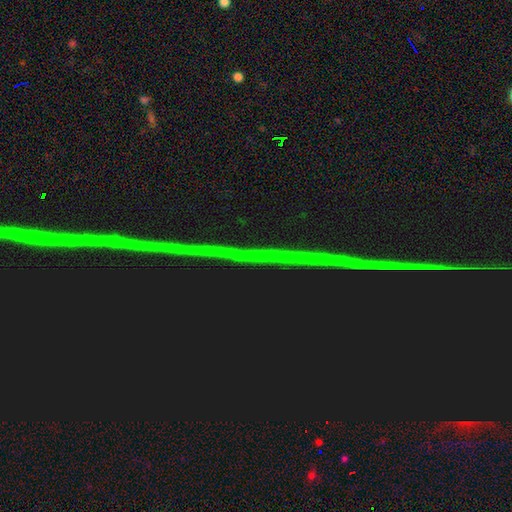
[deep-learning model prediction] The model was most divided on "smooth or featured": star or artifact: 89%, featured or disk: 7%, smooth: 4%.